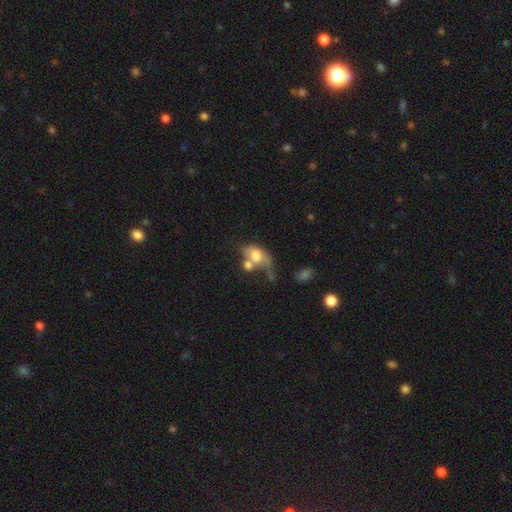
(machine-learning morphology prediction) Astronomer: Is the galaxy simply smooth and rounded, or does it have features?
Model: smooth — 61%.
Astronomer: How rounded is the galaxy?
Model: in between — 79%.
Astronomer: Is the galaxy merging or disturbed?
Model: merger — 48%.